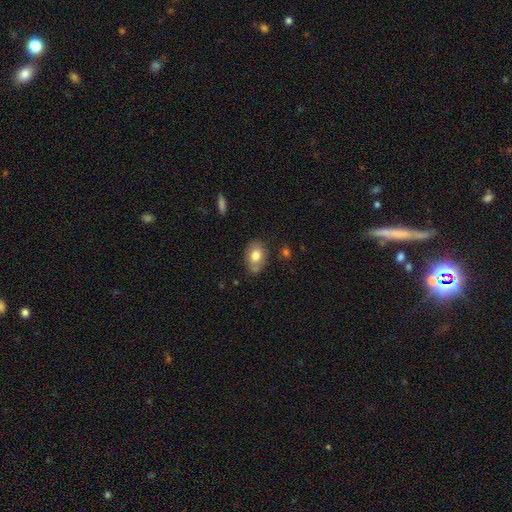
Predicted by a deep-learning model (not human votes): smooth_or_featured: smooth (p=0.77) [alt: featured or disk p=0.15]
how_rounded: in between (p=0.79) [alt: round p=0.20]
merging: none (p=0.69) [alt: minor disturbance p=0.19]